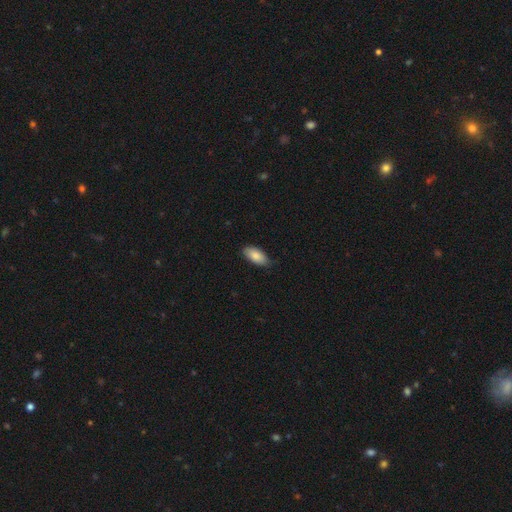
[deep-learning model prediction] Smooth or featured? Predicted: smooth (p=0.86). How rounded? Predicted: in between (p=0.91). Merging? Predicted: none (p=0.78).